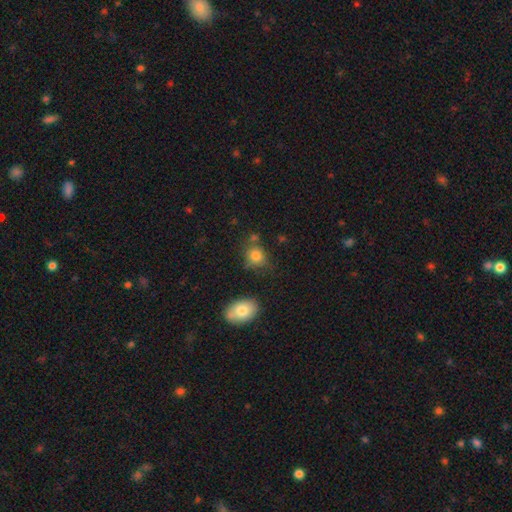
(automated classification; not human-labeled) Overall: smooth (81%). How rounded: round (61%; in between 38%). Merging: none (66%).